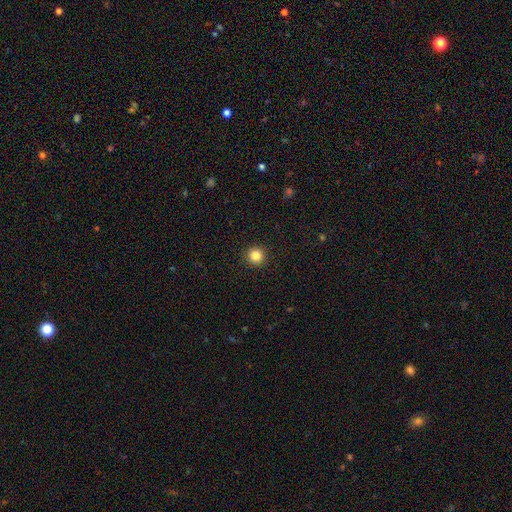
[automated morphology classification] Smooth or featured? smooth (84%)
How rounded? round (95%)
Merging? none (93%)